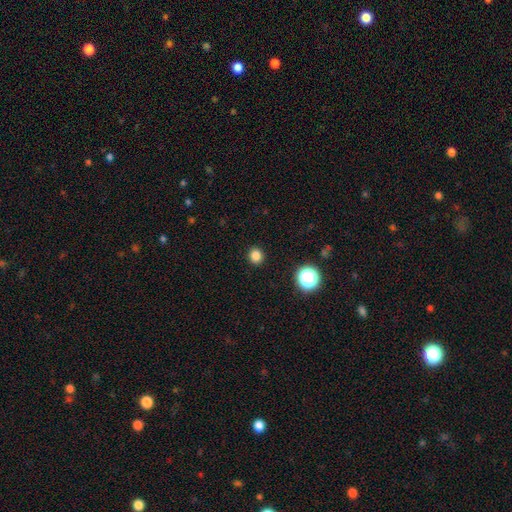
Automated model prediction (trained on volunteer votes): smooth-or-featured: smooth: 82% | star or artifact: 14% | featured or disk: 4%
  how-rounded: round: 87% | in between: 12% | cigar-shaped: 1%
  merging: none: 92% | minor disturbance: 5% | major disturbance: 2% | merger: 1%